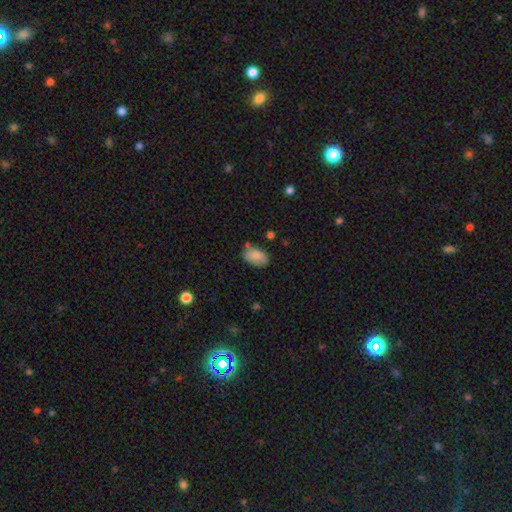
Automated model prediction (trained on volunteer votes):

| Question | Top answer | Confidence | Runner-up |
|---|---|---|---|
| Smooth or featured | smooth | 85% | featured or disk (8%) |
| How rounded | in between | 91% | round (8%) |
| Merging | none | 65% | minor disturbance (23%) |